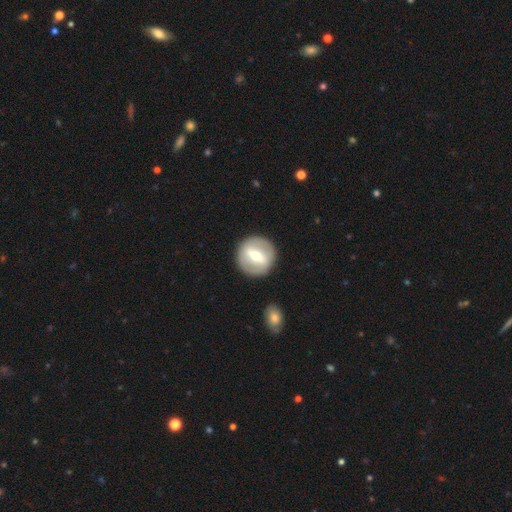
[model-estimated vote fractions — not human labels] This appears to be a featured or disk galaxy (62%) with a strong bar (63%), no spiral arms (74%) and a moderate central bulge (65%). Merging: none (88%).